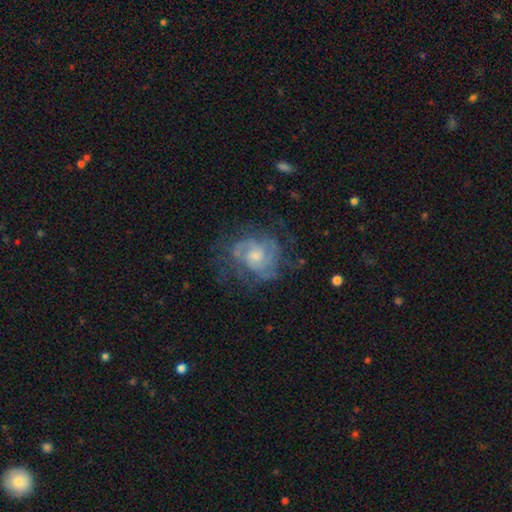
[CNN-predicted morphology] A featured or disk galaxy (83%) with no bar (67%), 2 (47%) tight (53%) spiral arms (93%) and a moderate central bulge (49%).

Vote fractions:
- Smooth or featured? featured or disk: 83% / smooth: 11% / star or artifact: 7%
- Edge-on disk? no: 98% / yes: 2%
- Bar? no: 67% / weak: 29% / strong: 4%
- Spiral arms? yes: 93% / no: 7%
- Spiral winding? tight: 53% / medium: 38% / loose: 9%
- Spiral arm count? 2: 47% / can't tell: 24% / 3: 17% / 4: 5% / 1: 4% / more than 4: 4%
- Bulge size? moderate: 49% / small: 40% / large: 5% / none: 5% / dominant: 1%
- Merging? none: 65% / minor disturbance: 20% / major disturbance: 14% / merger: 1%